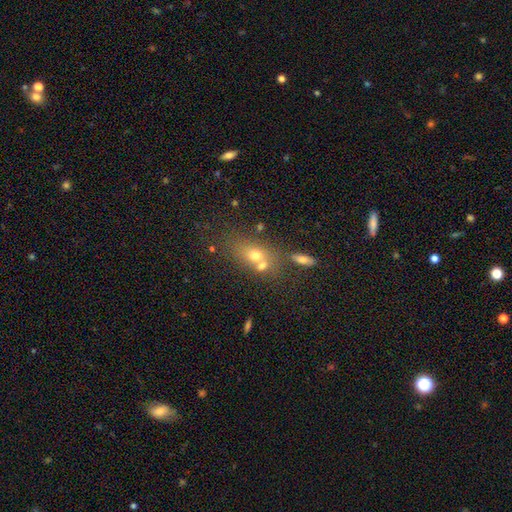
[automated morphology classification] Smooth or featured?
  - smooth: 63% *
  - featured or disk: 22%
  - star or artifact: 15%
How rounded?
  - in between: 61% *
  - round: 32%
  - cigar-shaped: 7%
Merging?
  - merger: 45% *
  - none: 39%
  - minor disturbance: 11%
  - major disturbance: 6%